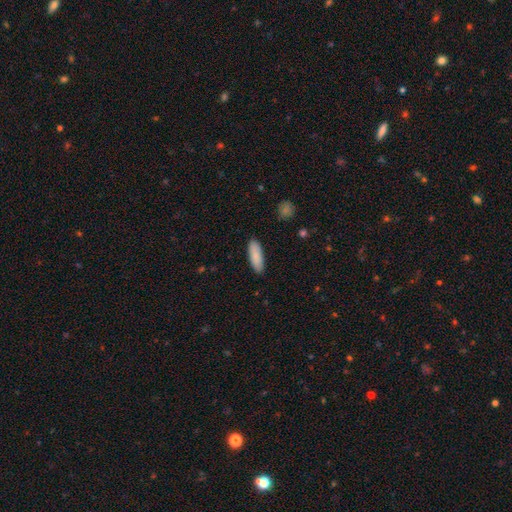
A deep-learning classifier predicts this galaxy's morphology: This is clearly a smooth galaxy (87%). How rounded: likely in between (65%). Merging: clearly none (88%).